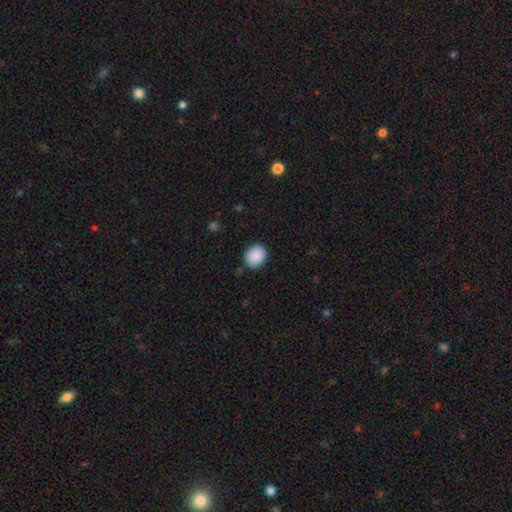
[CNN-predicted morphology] smooth-or-featured: smooth: 89% | star or artifact: 8% | featured or disk: 3%
  how-rounded: round: 74% | in between: 25% | cigar-shaped: 1%
  merging: none: 85% | minor disturbance: 11% | major disturbance: 2% | merger: 1%